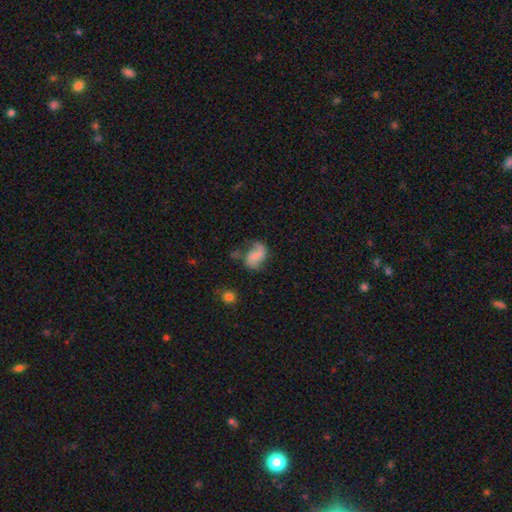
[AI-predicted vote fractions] smooth_or_featured: featured or disk (p=0.55) [alt: smooth p=0.35]
disk_edge_on: no (p=0.97) [alt: yes p=0.03]
bar: no (p=0.50) [alt: weak p=0.35]
has_spiral_arms: yes (p=0.88) [alt: no p=0.12]
bulge_size: none (p=0.51) [alt: small p=0.26]
merging: none (p=0.50) [alt: minor disturbance p=0.26]